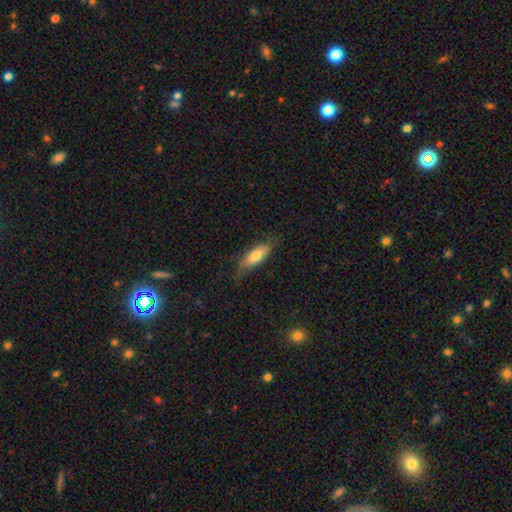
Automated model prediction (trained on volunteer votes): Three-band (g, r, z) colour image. It shows a smooth galaxy with no disk features (71%) that is in between round and cigar-shaped (62%). Merging: none (71%).